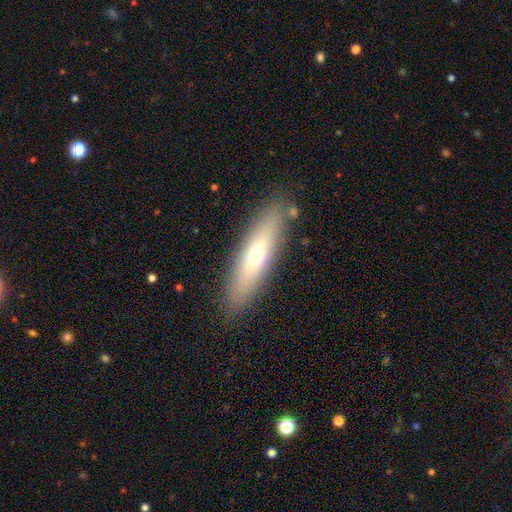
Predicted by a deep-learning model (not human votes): Smooth or featured? Predicted: smooth (p=0.56). How rounded? Predicted: cigar-shaped (p=0.72). Merging? Predicted: none (p=0.87).